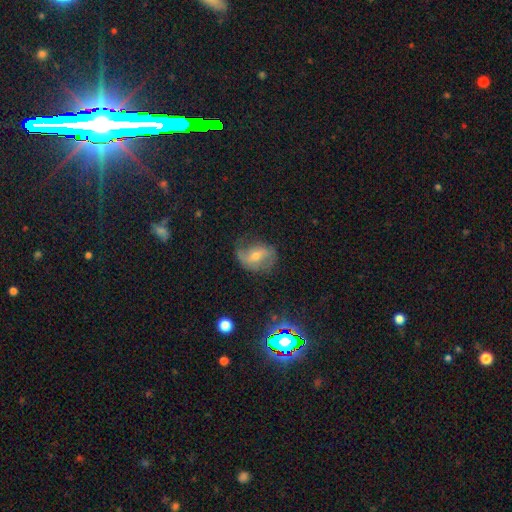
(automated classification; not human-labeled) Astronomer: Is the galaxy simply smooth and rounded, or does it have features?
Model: featured or disk — 64%.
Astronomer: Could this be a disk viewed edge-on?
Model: no — 95%.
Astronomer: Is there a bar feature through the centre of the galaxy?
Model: weak — 41% (runner-up: strong, 31%).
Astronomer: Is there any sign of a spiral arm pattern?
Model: yes — 82%.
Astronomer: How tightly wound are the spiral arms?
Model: loose — 55% (runner-up: medium, 33%).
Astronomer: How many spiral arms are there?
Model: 2 — 76%.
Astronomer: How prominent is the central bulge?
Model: small — 49% (runner-up: moderate, 45%).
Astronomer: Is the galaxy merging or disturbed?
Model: none — 59%.